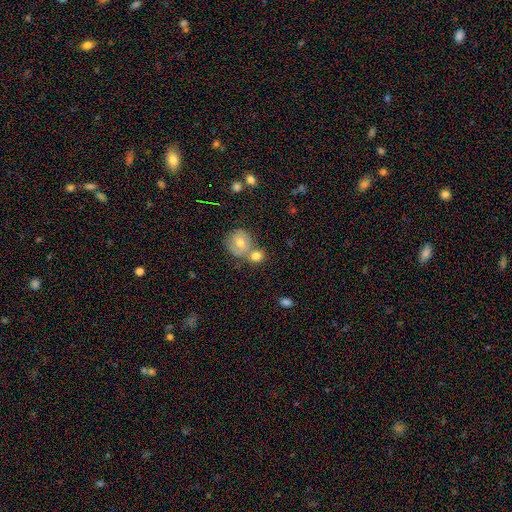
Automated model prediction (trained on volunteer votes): Q: Smooth or featured?
A: smooth (77%); runner-up: featured or disk (14%)
Q: How rounded?
A: round (72%); runner-up: in between (26%)
Q: Merging?
A: merger (46%); runner-up: none (42%)